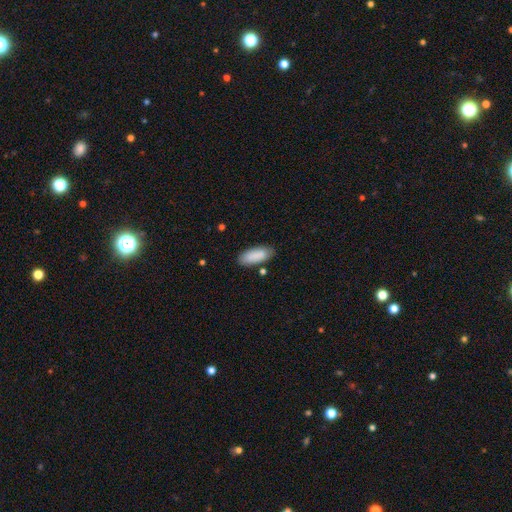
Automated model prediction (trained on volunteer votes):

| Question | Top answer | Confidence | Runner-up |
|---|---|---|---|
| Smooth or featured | smooth | 88% | featured or disk (6%) |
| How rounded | in between | 83% | cigar-shaped (15%) |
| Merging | none | 80% | minor disturbance (14%) |